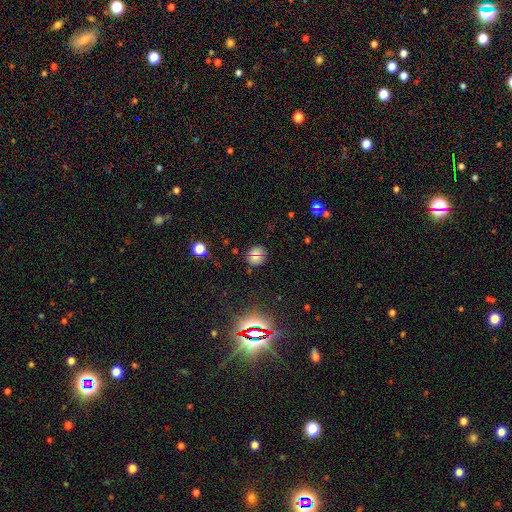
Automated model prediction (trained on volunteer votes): Smooth or featured: smooth — 63% (star or artifact — 23%)
How rounded: round — 79% (in between — 20%)
Merging: none — 72% (minor disturbance — 14%)